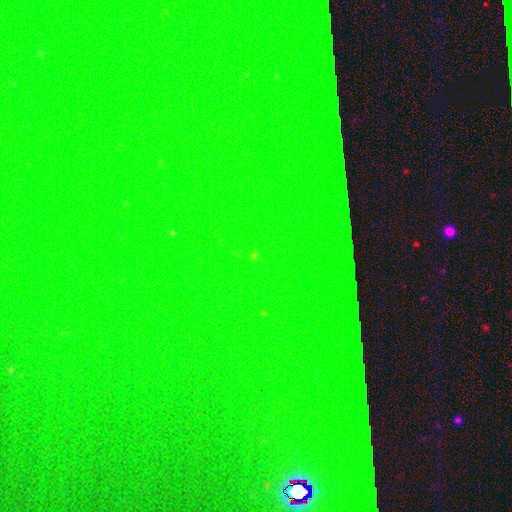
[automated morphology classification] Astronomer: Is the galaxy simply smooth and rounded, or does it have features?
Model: star or artifact — 86%.